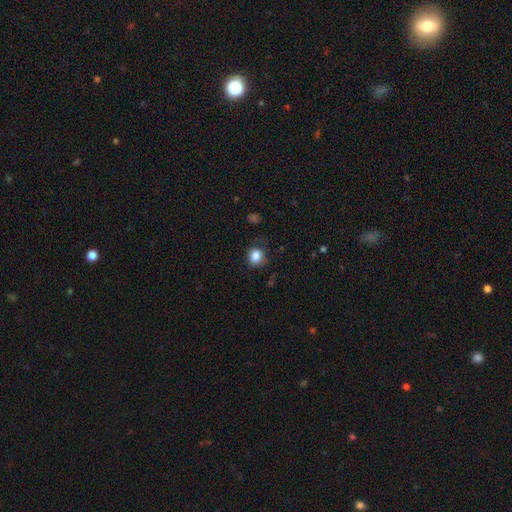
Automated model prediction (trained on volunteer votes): This appears to be a smooth galaxy with no disk features (85%) that is round (68%). Merging: none (74%).